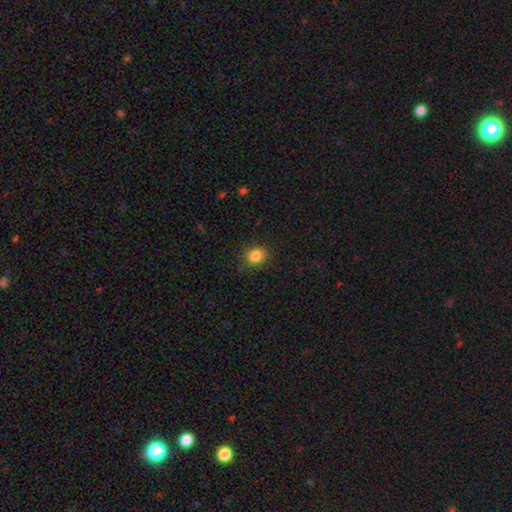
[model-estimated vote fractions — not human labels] Smooth or featured? smooth (85%)
How rounded? round (77%)
Merging? none (86%)